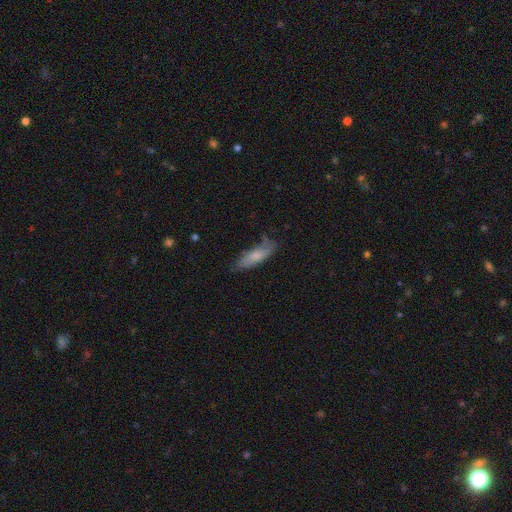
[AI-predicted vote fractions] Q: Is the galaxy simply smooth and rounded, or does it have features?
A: smooth — 72%.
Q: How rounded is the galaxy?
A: cigar-shaped — 51%.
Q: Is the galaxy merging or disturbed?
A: none — 65%.